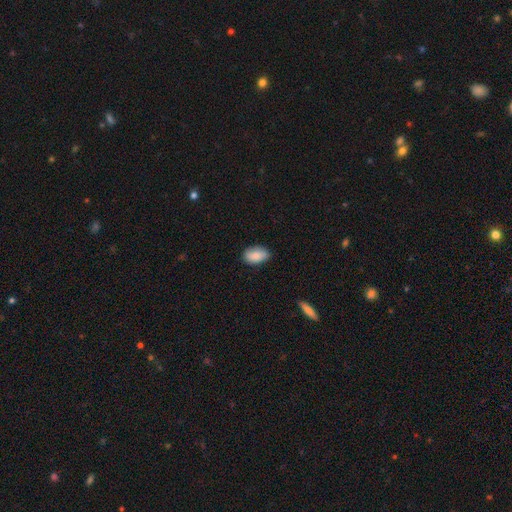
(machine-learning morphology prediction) A smooth galaxy with no disk features (88%) that is in between round and cigar-shaped (91%).

Vote fractions:
- Smooth or featured? smooth: 88% / star or artifact: 6% / featured or disk: 5%
- How rounded? in between: 91% / round: 7% / cigar-shaped: 2%
- Merging? none: 79% / minor disturbance: 17% / major disturbance: 3% / merger: 1%